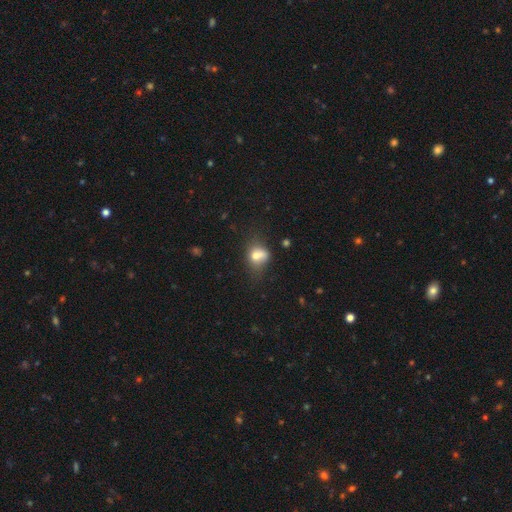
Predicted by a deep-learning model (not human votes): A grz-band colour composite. It shows a smooth galaxy with no disk features (70%) that is in between round and cigar-shaped (51%). Merging: none (36%).